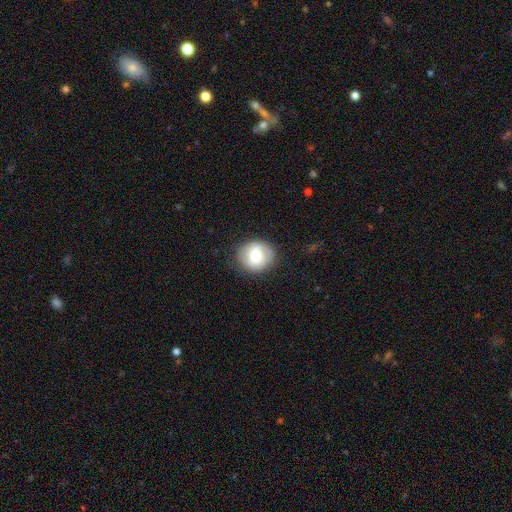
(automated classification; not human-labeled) The model was most divided on "smooth or featured": smooth: 63%, featured or disk: 29%, star or artifact: 8%. More confident: merging — none (80%); how rounded — round (79%).